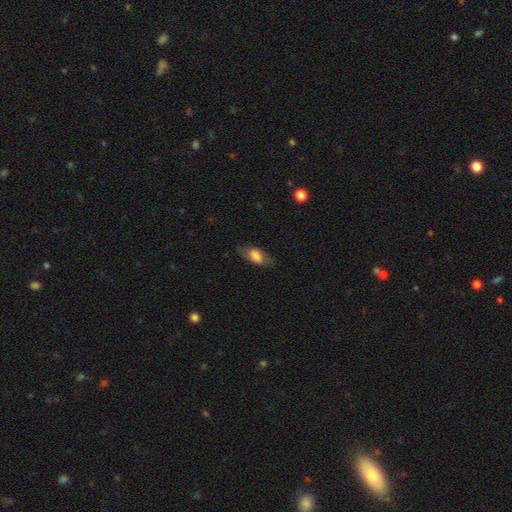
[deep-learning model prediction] The model was most divided on "smooth or featured": smooth: 68%, featured or disk: 25%, star or artifact: 7%. More confident: how rounded — in between (85%); merging — none (72%).